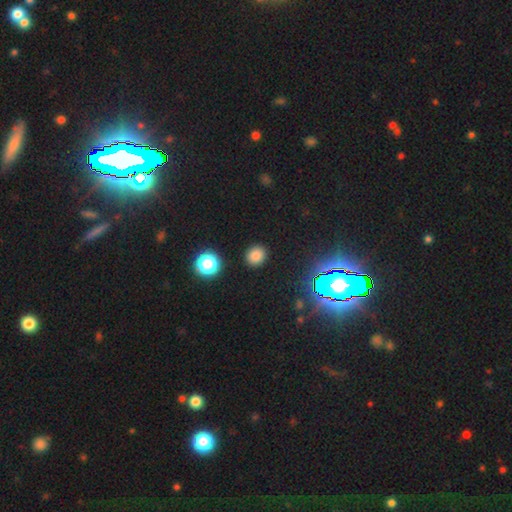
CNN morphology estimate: Q: Smooth or featured?
A: smooth (79%); runner-up: star or artifact (16%)
Q: How rounded?
A: round (76%); runner-up: in between (23%)
Q: Merging?
A: none (89%); runner-up: minor disturbance (7%)